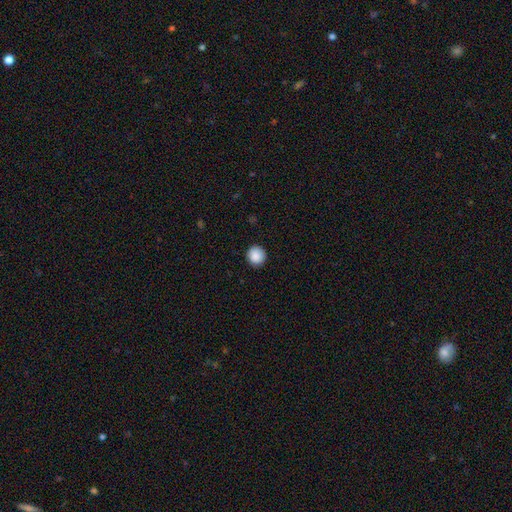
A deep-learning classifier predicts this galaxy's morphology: This is clearly a smooth galaxy (89%). How rounded: clearly round (94%). Merging: clearly none (91%).